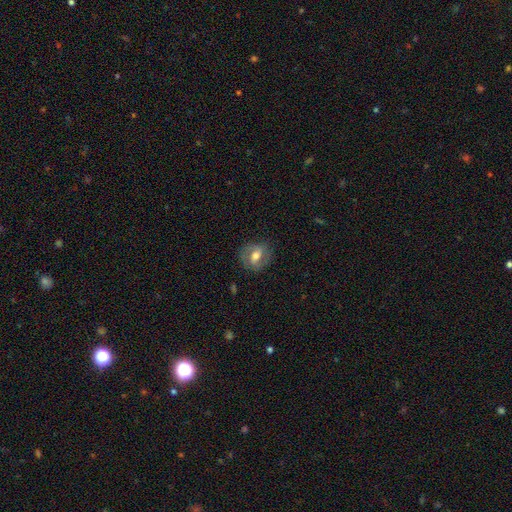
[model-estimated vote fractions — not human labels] A featured or disk galaxy (52%). Merging: none (76%).